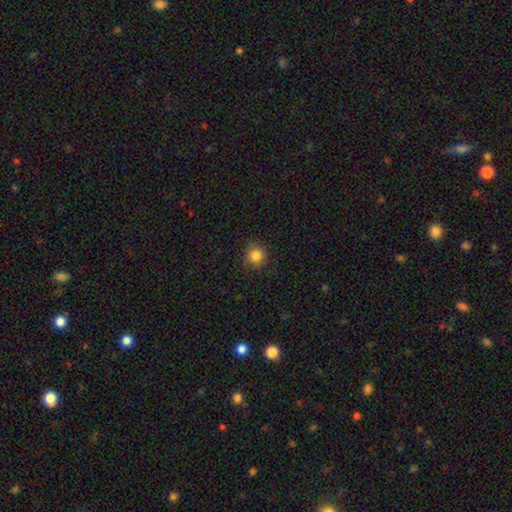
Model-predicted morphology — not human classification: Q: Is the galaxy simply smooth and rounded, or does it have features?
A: smooth — 84%.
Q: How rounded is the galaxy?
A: round — 92%.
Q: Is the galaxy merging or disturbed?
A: none — 87%.